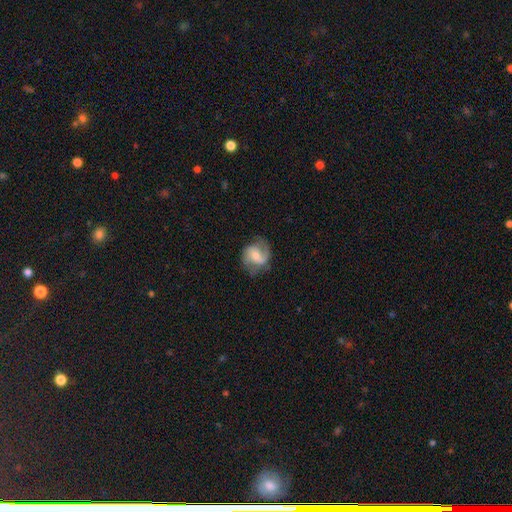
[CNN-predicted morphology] Q: Smooth or featured?
A: featured or disk (77%); runner-up: smooth (17%)
Q: Edge-on disk?
A: no (98%); runner-up: yes (2%)
Q: Bar?
A: weak (48%); runner-up: no (36%)
Q: Spiral arms?
A: yes (94%); runner-up: no (6%)
Q: Spiral winding?
A: medium (48%); runner-up: loose (34%)
Q: Spiral arm count?
A: 2 (82%); runner-up: 1 (8%)
Q: Bulge size?
A: moderate (48%); runner-up: small (43%)
Q: Merging?
A: none (70%); runner-up: minor disturbance (20%)